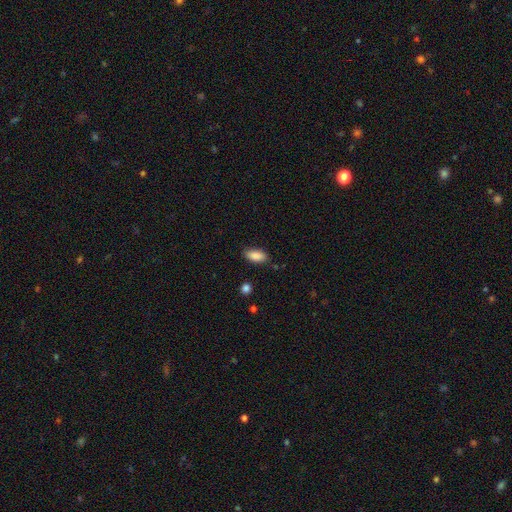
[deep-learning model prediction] This is clearly a smooth galaxy (89%). How rounded: clearly in between (91%). Merging: clearly none (81%).